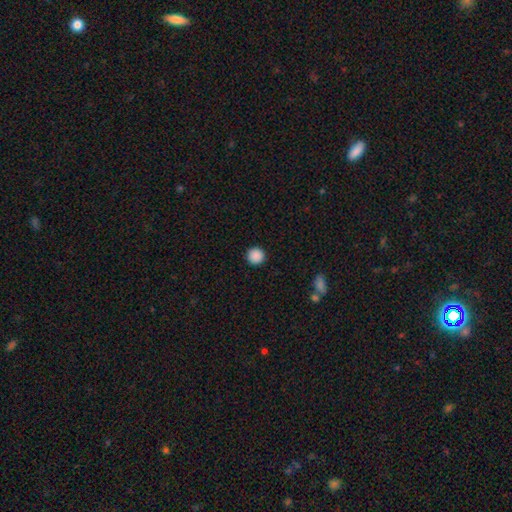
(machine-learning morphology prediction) Smooth or featured? smooth (89%)
How rounded? round (96%)
Merging? none (93%)